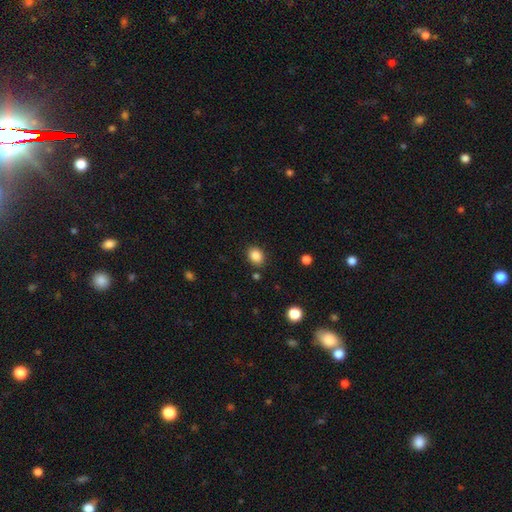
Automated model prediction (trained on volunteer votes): Morphology: type=smooth (86%); roundness=in between (53%); merging=none (84%).